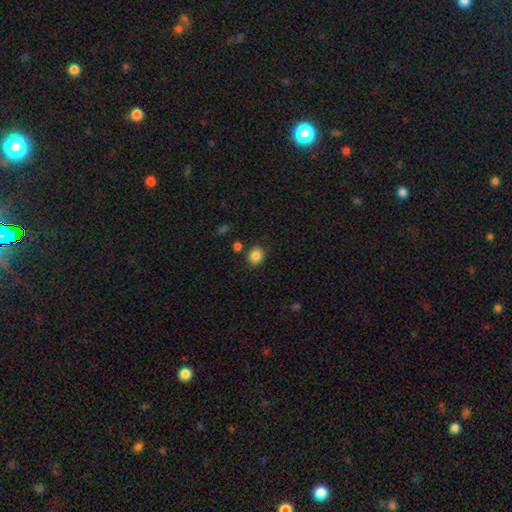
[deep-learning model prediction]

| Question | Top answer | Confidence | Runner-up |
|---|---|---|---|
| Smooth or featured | smooth | 86% | star or artifact (10%) |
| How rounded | round | 63% | in between (36%) |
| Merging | none | 84% | minor disturbance (9%) |